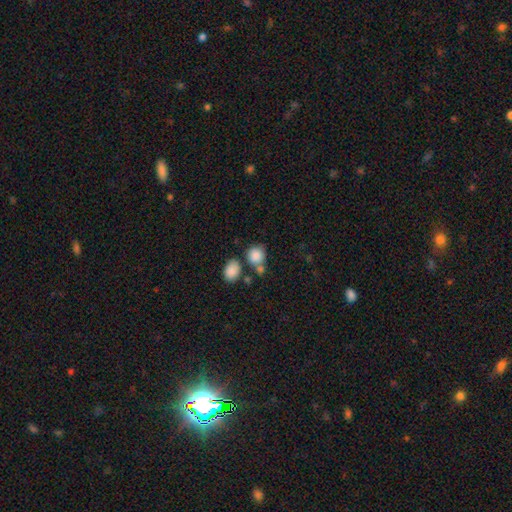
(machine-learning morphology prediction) Smooth or featured?
  - smooth: 86% *
  - star or artifact: 9%
  - featured or disk: 6%
How rounded?
  - round: 73% *
  - in between: 26%
  - cigar-shaped: 1%
Merging?
  - none: 54% *
  - merger: 27%
  - minor disturbance: 13%
  - major disturbance: 5%